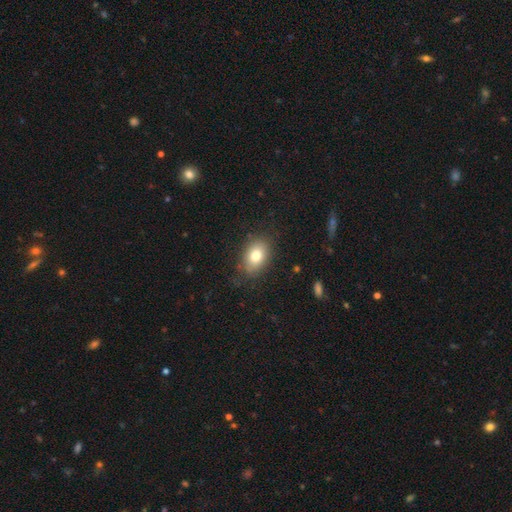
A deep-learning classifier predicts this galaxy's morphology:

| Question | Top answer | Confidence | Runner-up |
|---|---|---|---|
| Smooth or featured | smooth | 79% | featured or disk (12%) |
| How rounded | in between | 78% | round (21%) |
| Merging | none | 81% | minor disturbance (14%) |